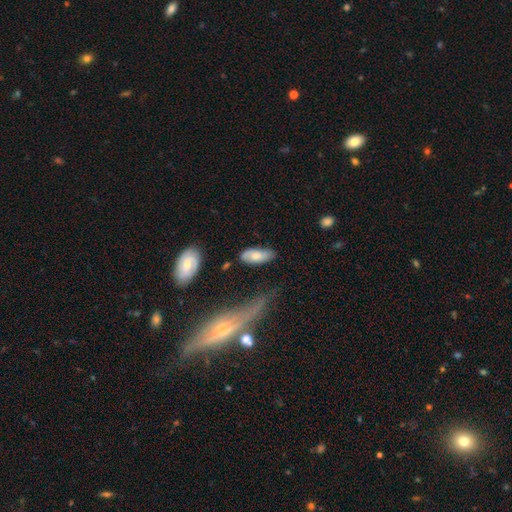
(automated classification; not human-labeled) smooth-or-featured: smooth: 61% | featured or disk: 32% | star or artifact: 7%
  how-rounded: in between: 86% | cigar-shaped: 11% | round: 3%
  merging: none: 64% | minor disturbance: 24% | major disturbance: 7% | merger: 4%